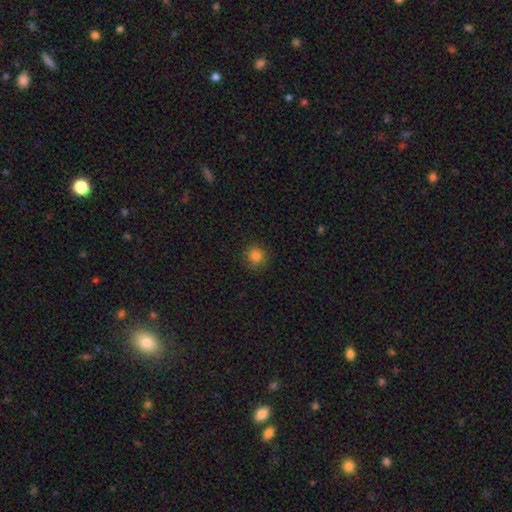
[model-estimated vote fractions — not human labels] The model was most divided on "smooth or featured": smooth: 83%, star or artifact: 12%, featured or disk: 5%. More confident: how rounded — round (93%); merging — none (88%).